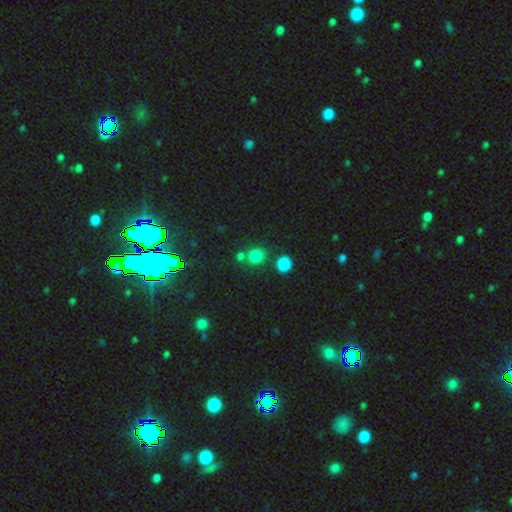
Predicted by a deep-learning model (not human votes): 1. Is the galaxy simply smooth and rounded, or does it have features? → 78% smooth, 17% star or artifact, 5% featured or disk.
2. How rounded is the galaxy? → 80% round, 19% in between, 1% cigar-shaped.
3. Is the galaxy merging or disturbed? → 68% none, 18% merger, 10% minor disturbance, 4% major disturbance.